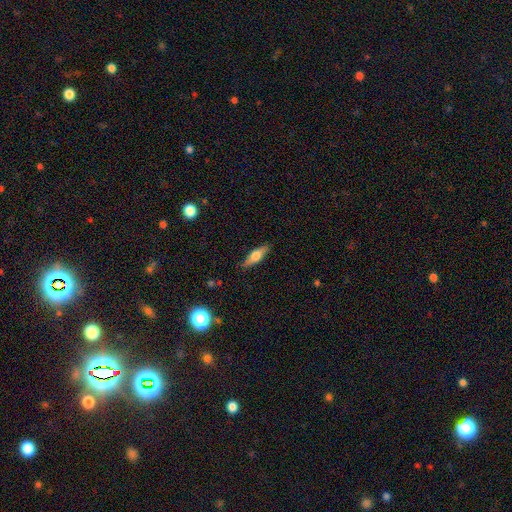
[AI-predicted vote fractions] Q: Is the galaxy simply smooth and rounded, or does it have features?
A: smooth — 53%.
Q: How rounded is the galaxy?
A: cigar-shaped — 53%.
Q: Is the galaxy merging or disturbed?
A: none — 86%.